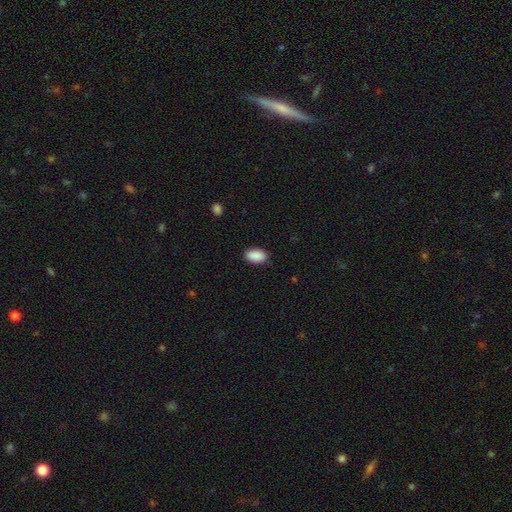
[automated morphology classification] Smooth or featured? smooth (90%)
How rounded? in between (93%)
Merging? none (87%)